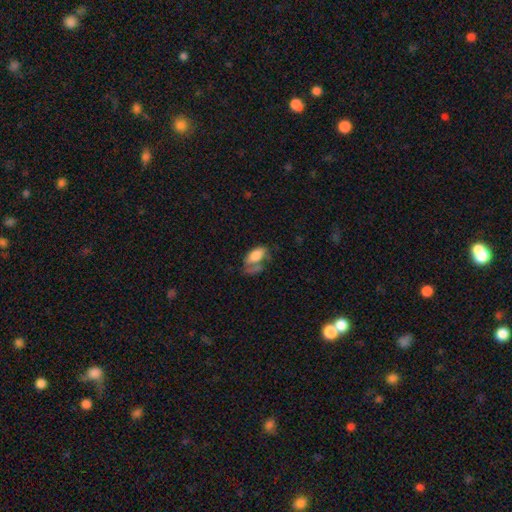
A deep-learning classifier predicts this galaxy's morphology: Q: Smooth or featured?
A: smooth (71%); runner-up: featured or disk (21%)
Q: How rounded?
A: in between (90%); runner-up: cigar-shaped (7%)
Q: Merging?
A: none (32%); runner-up: major disturbance (28%)